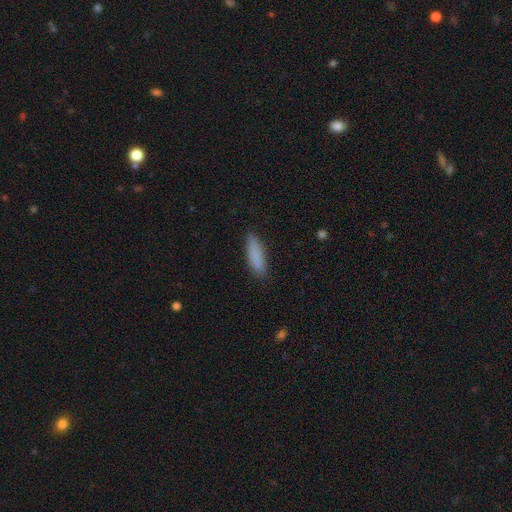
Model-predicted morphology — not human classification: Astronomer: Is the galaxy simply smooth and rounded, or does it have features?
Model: smooth — 86%.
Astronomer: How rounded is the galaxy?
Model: cigar-shaped — 62%.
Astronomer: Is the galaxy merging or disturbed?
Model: none — 85%.